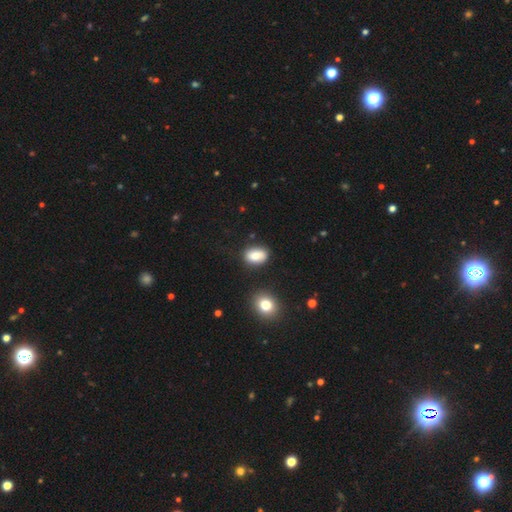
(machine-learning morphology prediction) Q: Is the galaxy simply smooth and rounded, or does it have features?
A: smooth — 80%.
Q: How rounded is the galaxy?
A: in between — 80%.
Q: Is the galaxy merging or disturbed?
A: none — 79%.